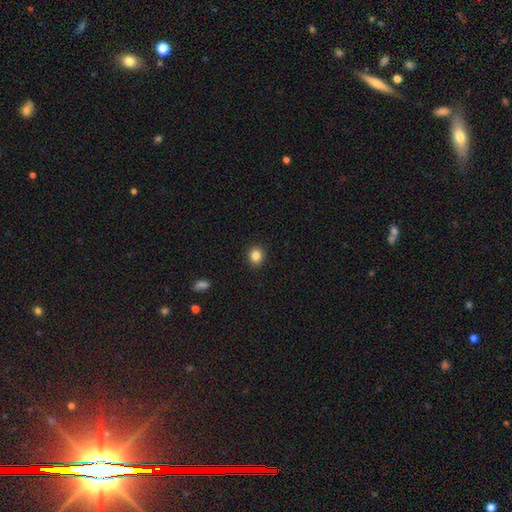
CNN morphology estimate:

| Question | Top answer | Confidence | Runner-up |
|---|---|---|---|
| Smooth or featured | smooth | 84% | star or artifact (11%) |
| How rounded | round | 76% | in between (23%) |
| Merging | none | 92% | minor disturbance (6%) |